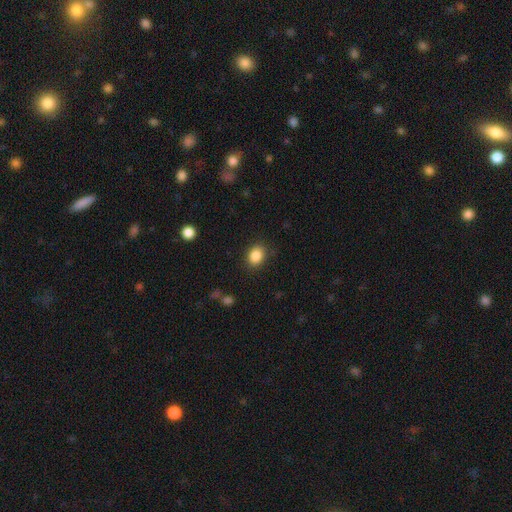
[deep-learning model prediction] The model was most divided on "how rounded": in between: 53%, round: 47%, cigar-shaped: 1%. More confident: smooth or featured — smooth (87%); merging — none (85%).